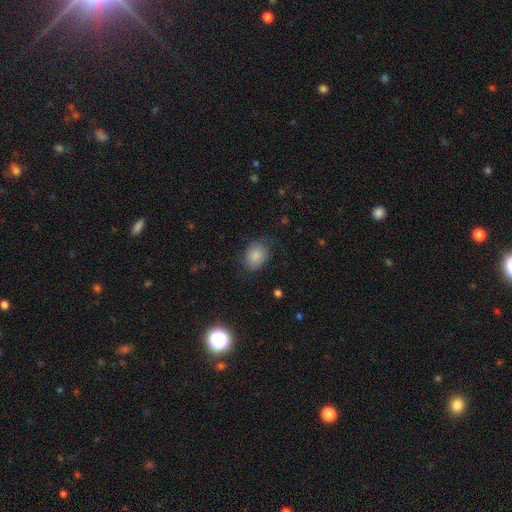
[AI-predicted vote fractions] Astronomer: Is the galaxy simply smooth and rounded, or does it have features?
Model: smooth — 84%.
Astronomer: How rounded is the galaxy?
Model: in between — 57% (runner-up: round, 42%).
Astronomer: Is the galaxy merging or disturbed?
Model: none — 71%.